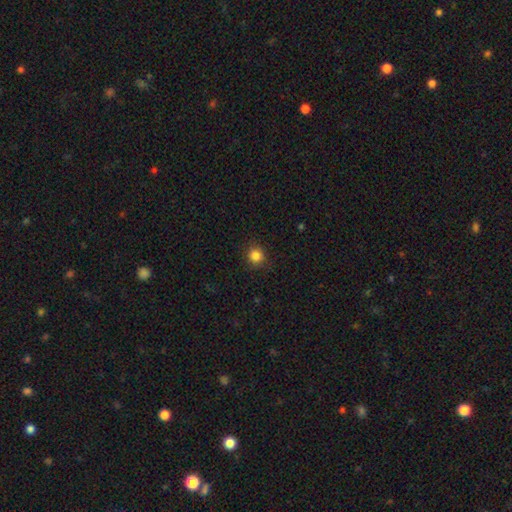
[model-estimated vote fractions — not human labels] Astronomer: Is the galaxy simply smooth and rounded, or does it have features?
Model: smooth — 84%.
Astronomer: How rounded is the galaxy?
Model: round — 91%.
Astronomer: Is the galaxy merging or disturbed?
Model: none — 88%.